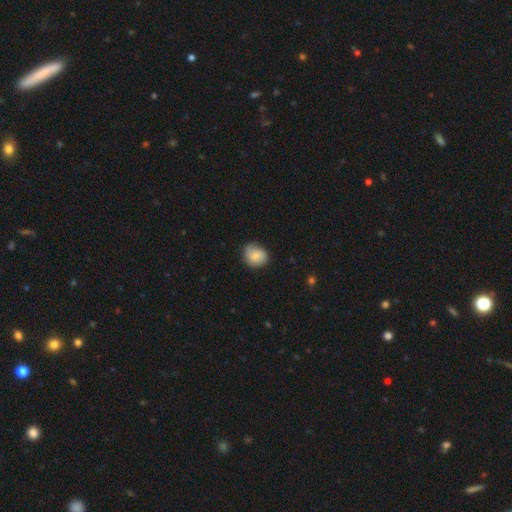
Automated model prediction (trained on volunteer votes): smooth 78%, featured or disk 15%, star or artifact 7%. Down the decision tree: how rounded — round (67%); merging — none (72%).